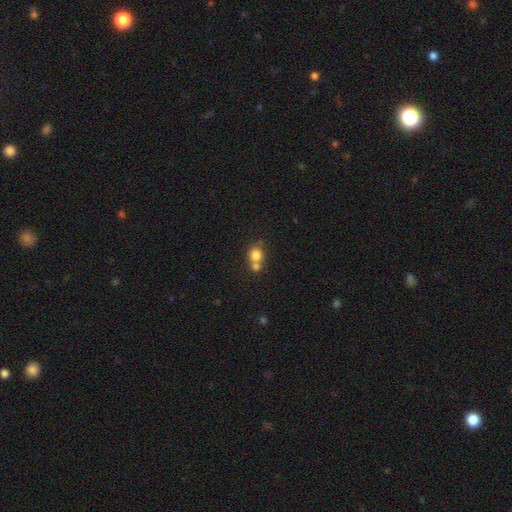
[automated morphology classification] This is likely a smooth galaxy (78%). How rounded: clearly round (83%). Merging: possibly merger (51%).